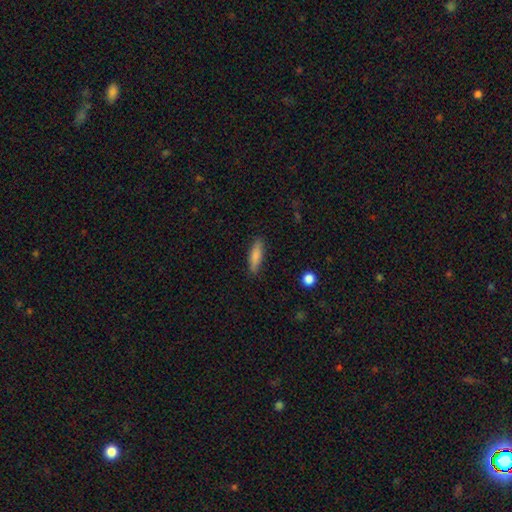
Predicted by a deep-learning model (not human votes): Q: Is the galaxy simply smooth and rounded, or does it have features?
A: smooth — 81%.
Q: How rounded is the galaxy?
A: cigar-shaped — 66%.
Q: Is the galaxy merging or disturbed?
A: none — 85%.